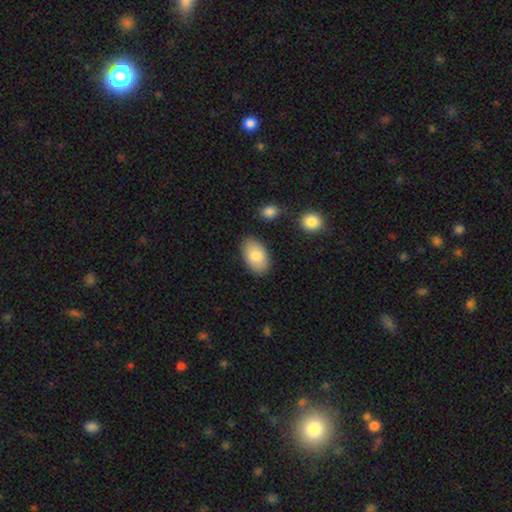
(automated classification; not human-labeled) Smooth or featured: smooth — 83% (featured or disk — 11%)
How rounded: in between — 93% (round — 6%)
Merging: none — 84% (minor disturbance — 11%)